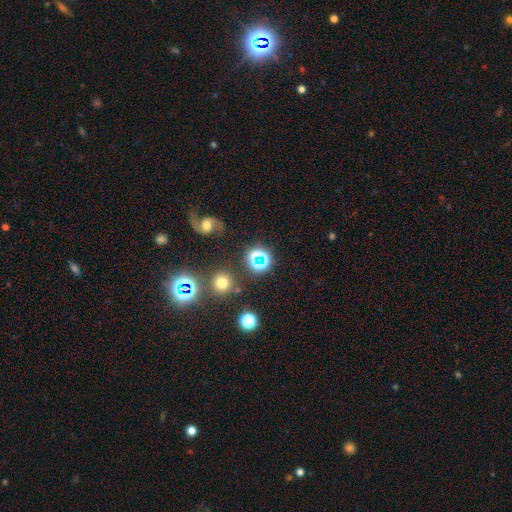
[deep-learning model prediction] Smooth or featured? star or artifact (43%)